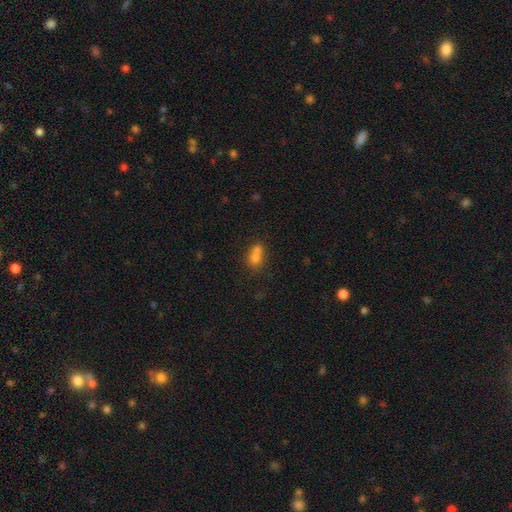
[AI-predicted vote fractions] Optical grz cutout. It shows a smooth galaxy with no disk features (72%) that is round (56%). Merging: merger (62%).